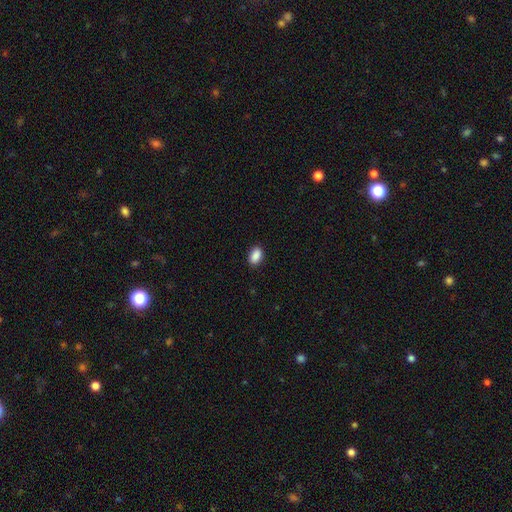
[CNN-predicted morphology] A smooth galaxy with no disk features (89%) that is in between round and cigar-shaped (88%).

Vote fractions:
- Smooth or featured? smooth: 89% / star or artifact: 8% / featured or disk: 3%
- How rounded? in between: 88% / round: 10% / cigar-shaped: 2%
- Merging? none: 89% / minor disturbance: 8% / major disturbance: 2% / merger: 1%